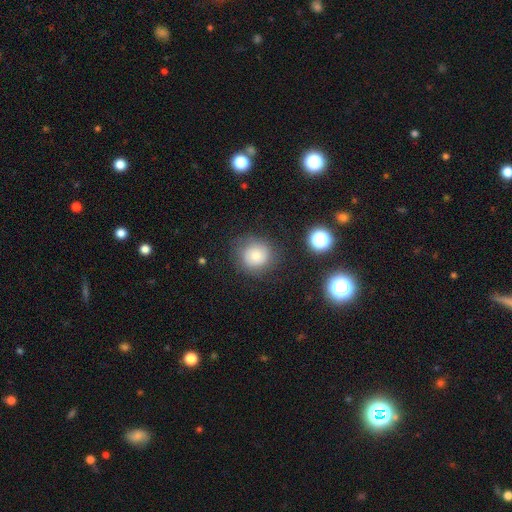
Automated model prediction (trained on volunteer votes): Smooth or featured? Predicted: smooth (p=0.75). How rounded? Predicted: round (p=0.87). Merging? Predicted: none (p=0.76).